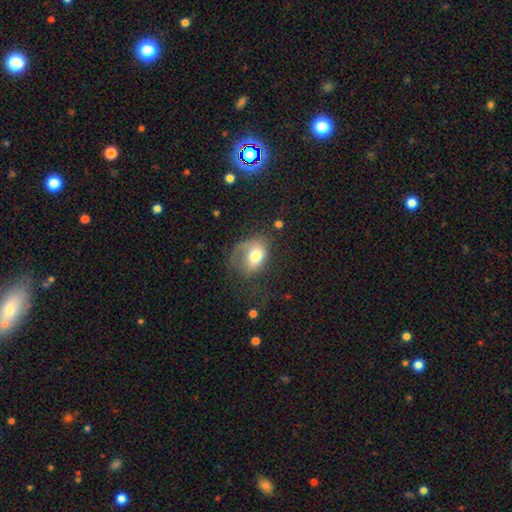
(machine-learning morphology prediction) Smooth or featured: smooth — 64% (featured or disk — 28%)
How rounded: in between — 67% (round — 32%)
Merging: none — 38% (major disturbance — 34%)